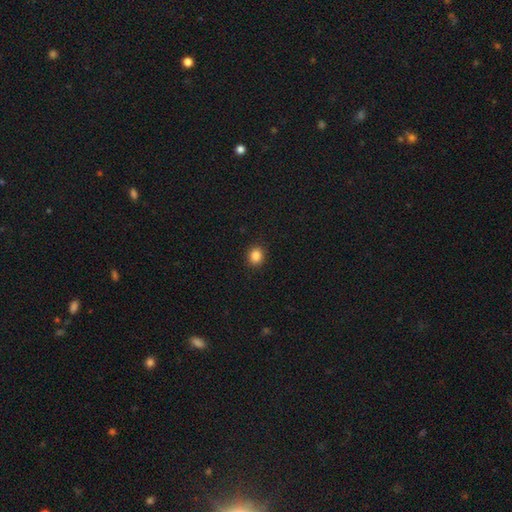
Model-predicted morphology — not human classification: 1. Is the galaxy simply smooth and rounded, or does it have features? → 86% smooth, 11% star or artifact, 4% featured or disk.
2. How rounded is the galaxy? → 71% round, 28% in between, 1% cigar-shaped.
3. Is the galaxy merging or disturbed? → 91% none, 6% minor disturbance, 2% major disturbance, 1% merger.